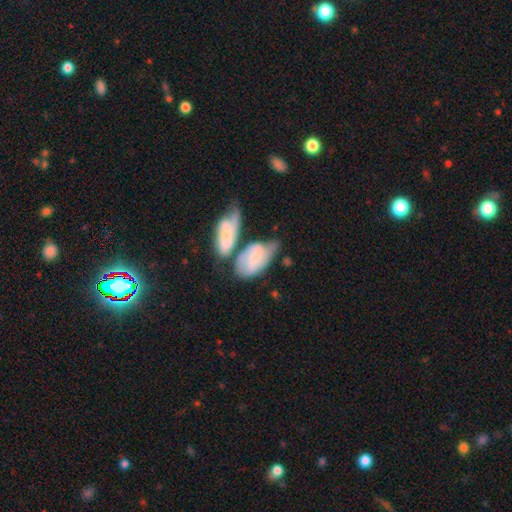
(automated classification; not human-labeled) The model was most divided on "merging": merger: 36%, none: 26%, minor disturbance: 23%, major disturbance: 14%. More confident: how rounded — in between (90%); smooth or featured — smooth (52%).